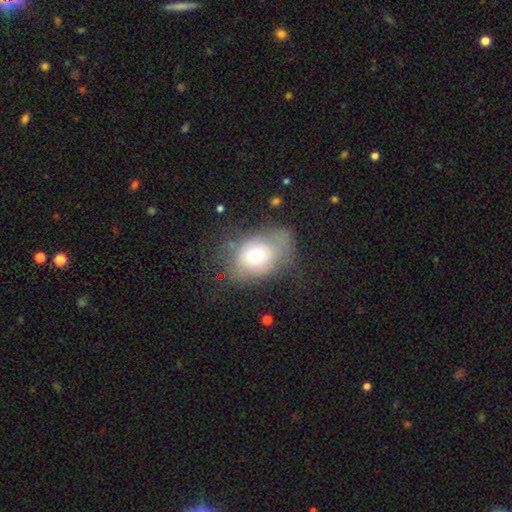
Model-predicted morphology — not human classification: Smooth or featured: smooth — 64% (featured or disk — 25%)
How rounded: in between — 65% (round — 34%)
Merging: none — 42% (minor disturbance — 29%)